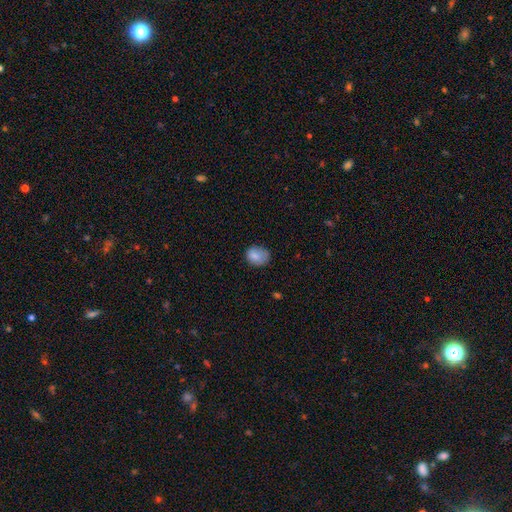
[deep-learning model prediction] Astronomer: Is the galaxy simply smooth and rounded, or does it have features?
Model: smooth — 82%.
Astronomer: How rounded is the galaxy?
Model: in between — 57% (runner-up: round, 42%).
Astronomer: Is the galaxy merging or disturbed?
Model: none — 66%.